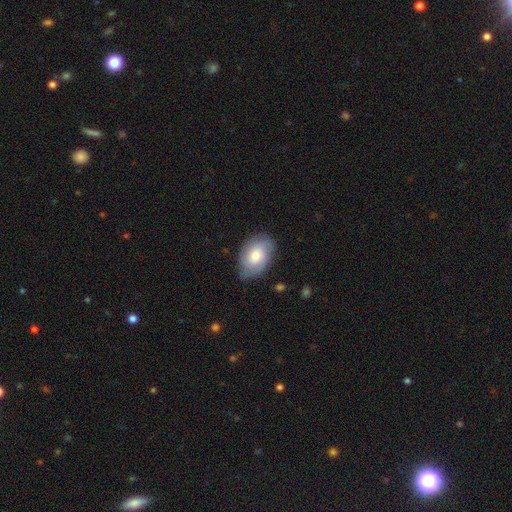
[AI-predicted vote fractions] Smooth or featured? smooth (62%)
How rounded? in between (89%)
Merging? none (73%)